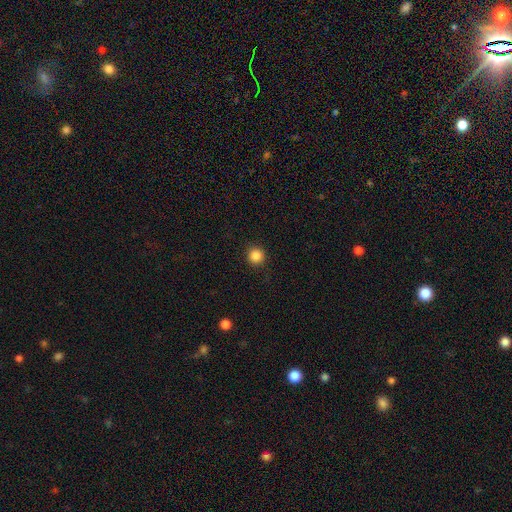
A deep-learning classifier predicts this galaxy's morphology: type=smooth (86%); roundness=round (95%); merging=none (90%).